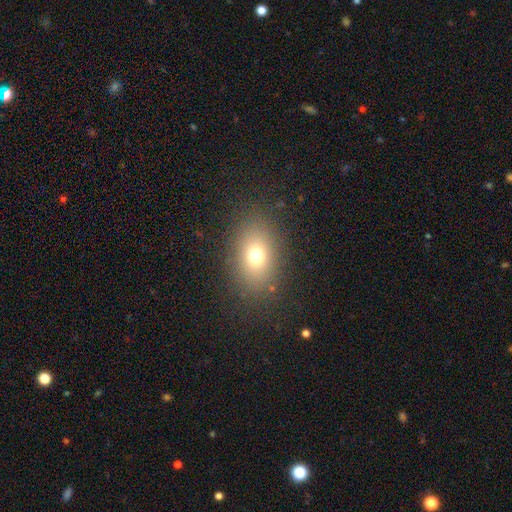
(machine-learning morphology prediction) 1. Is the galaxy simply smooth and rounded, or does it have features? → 71% smooth, 15% star or artifact, 13% featured or disk.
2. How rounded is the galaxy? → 72% in between, 27% round, 2% cigar-shaped.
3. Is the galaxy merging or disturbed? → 84% none, 10% minor disturbance, 5% major disturbance, 1% merger.